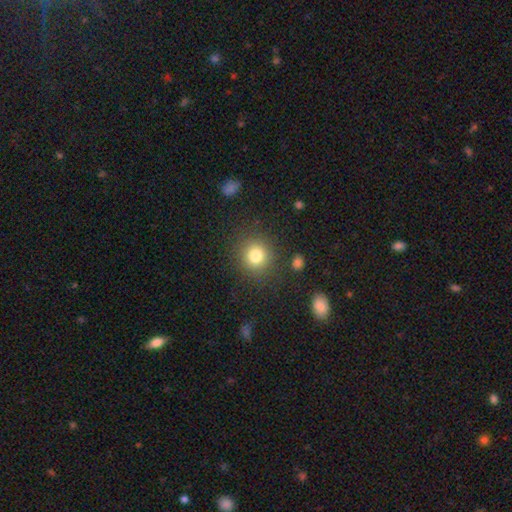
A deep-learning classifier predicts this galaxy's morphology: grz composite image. It shows a smooth galaxy with no disk features (81%) that is round (89%). Merging: none (87%).